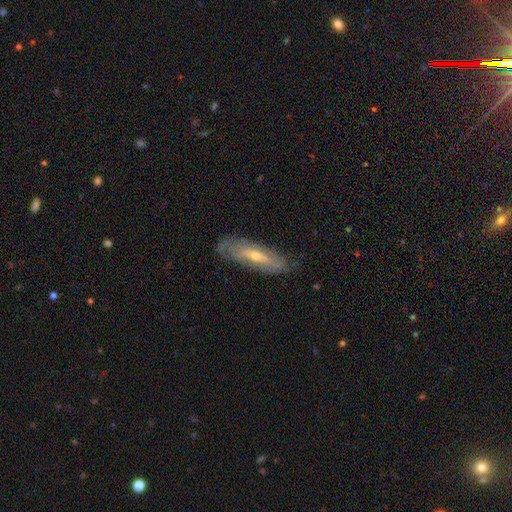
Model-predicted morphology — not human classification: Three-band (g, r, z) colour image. It shows a featured or disk galaxy (68%). Merging: none (75%).